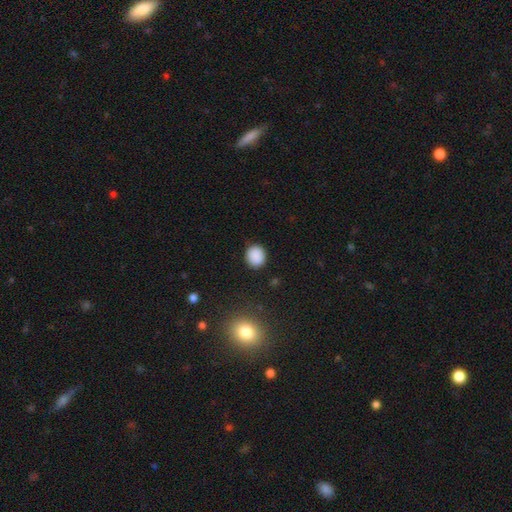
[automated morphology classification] smooth-or-featured: smooth: 88% | star or artifact: 9% | featured or disk: 3%
  how-rounded: round: 79% | in between: 20% | cigar-shaped: 1%
  merging: none: 89% | minor disturbance: 7% | major disturbance: 2% | merger: 1%